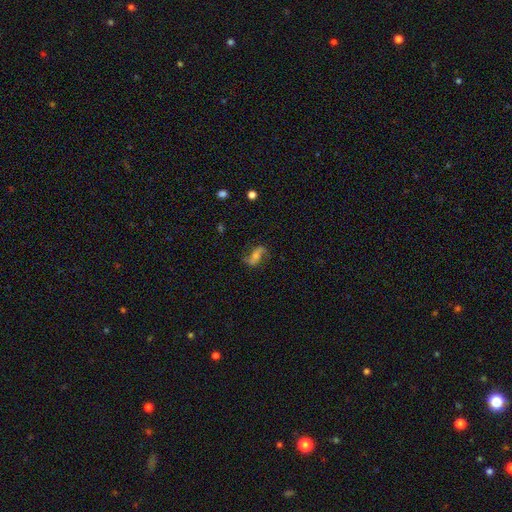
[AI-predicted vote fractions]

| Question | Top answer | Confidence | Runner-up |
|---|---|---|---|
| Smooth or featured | featured or disk | 71% | smooth (19%) |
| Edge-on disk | no | 94% | yes (6%) |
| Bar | no | 46% | weak (31%) |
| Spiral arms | yes | 90% | no (10%) |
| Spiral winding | loose | 61% | medium (28%) |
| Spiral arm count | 2 | 90% | can't tell (4%) |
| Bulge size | moderate | 48% | small (43%) |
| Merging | none | 75% | minor disturbance (16%) |